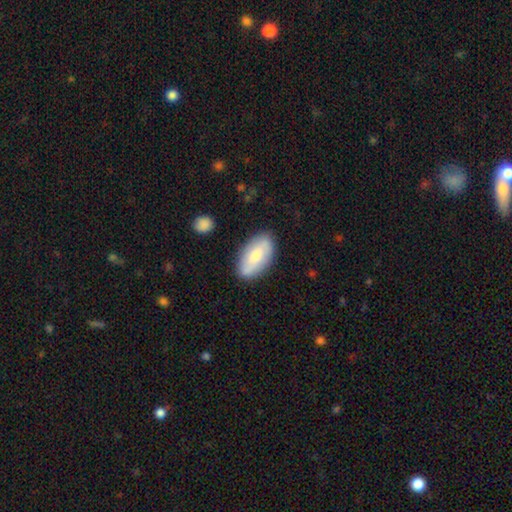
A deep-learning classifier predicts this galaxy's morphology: Smooth or featured? Predicted: smooth (p=0.63). How rounded? Predicted: in between (p=0.92). Merging? Predicted: none (p=0.82).